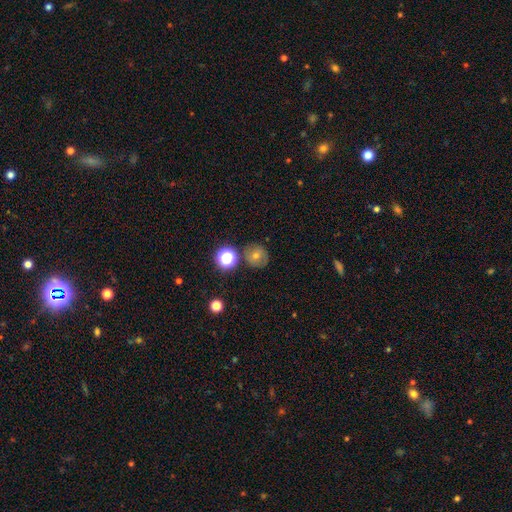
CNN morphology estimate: The model was most divided on "smooth or featured": smooth: 47%, star or artifact: 28%, featured or disk: 25%. More confident: merging — none (80%).